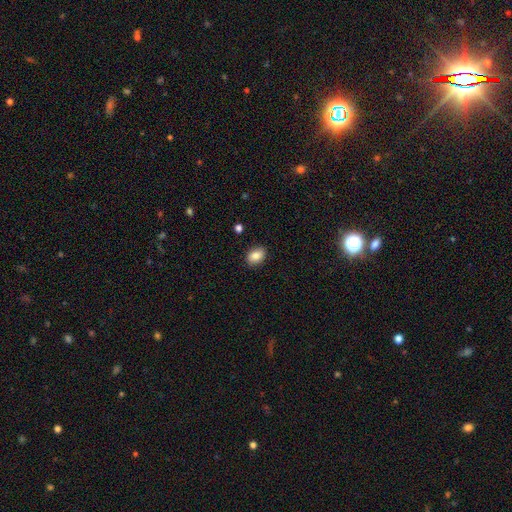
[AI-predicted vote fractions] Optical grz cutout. It shows a smooth galaxy with no disk features (85%) that is in between round and cigar-shaped (75%). Merging: none (88%).